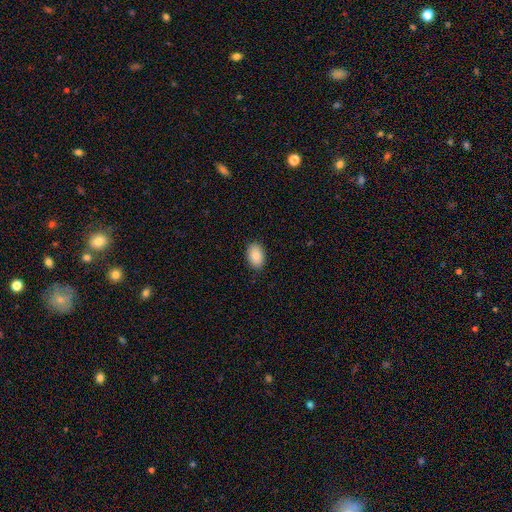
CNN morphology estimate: Smooth or featured?
  - smooth: 87% *
  - star or artifact: 7%
  - featured or disk: 6%
How rounded?
  - in between: 91% *
  - round: 8%
  - cigar-shaped: 1%
Merging?
  - none: 89% *
  - minor disturbance: 8%
  - major disturbance: 2%
  - merger: 1%